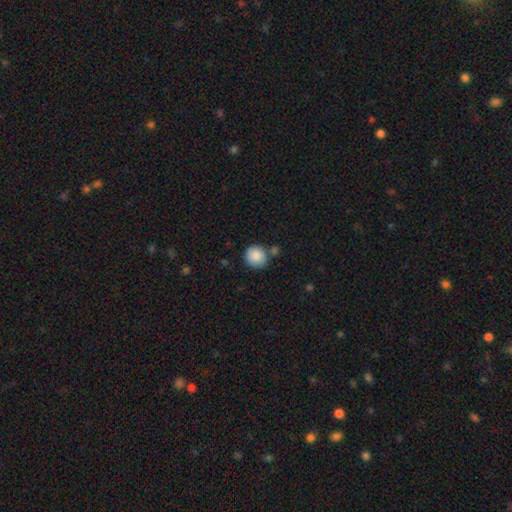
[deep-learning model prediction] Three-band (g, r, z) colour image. It shows a smooth galaxy with no disk features (87%) that is round (92%). Merging: none (74%).